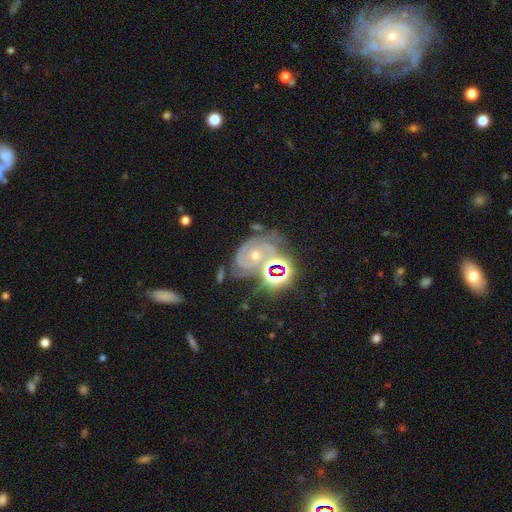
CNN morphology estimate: A featured or disk galaxy (72%) with no bar (74%), 2 (42%) tight (66%) spiral arms (95%) and a moderate central bulge (56%). Merging: none (48%).